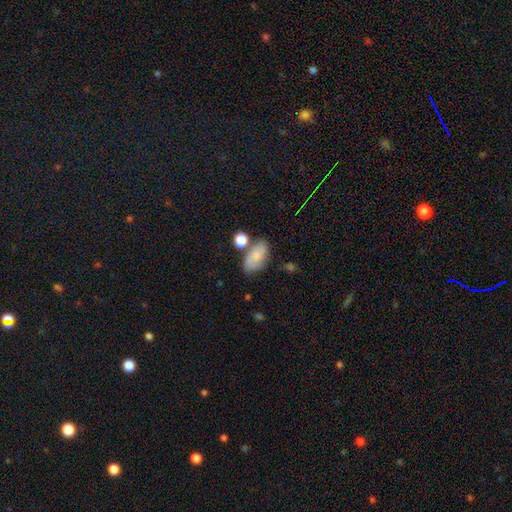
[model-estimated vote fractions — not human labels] Overall: smooth (74%). How rounded: in between (91%). Merging: none (60%).